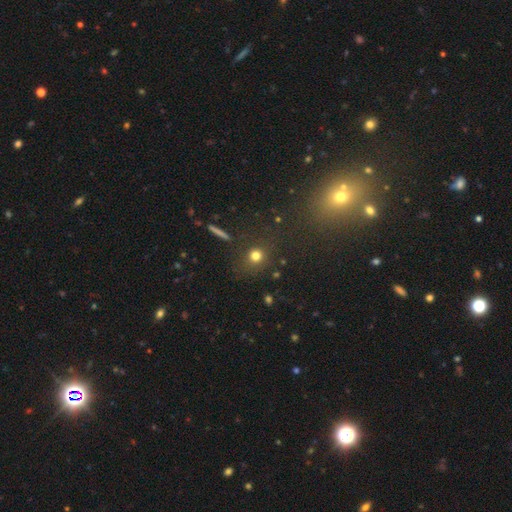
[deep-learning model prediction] Smooth or featured?
  - smooth: 76% *
  - star or artifact: 16%
  - featured or disk: 8%
How rounded?
  - round: 86% *
  - in between: 12%
  - cigar-shaped: 2%
Merging?
  - none: 83% *
  - minor disturbance: 9%
  - major disturbance: 5%
  - merger: 3%